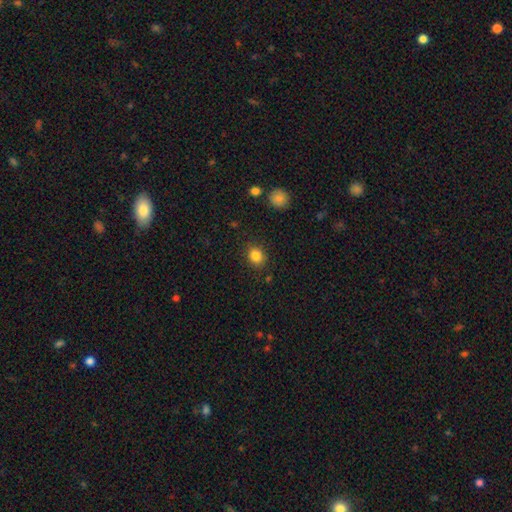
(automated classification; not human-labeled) Smooth or featured? Predicted: smooth (p=0.85). How rounded? Predicted: round (p=0.66). Merging? Predicted: none (p=0.87).